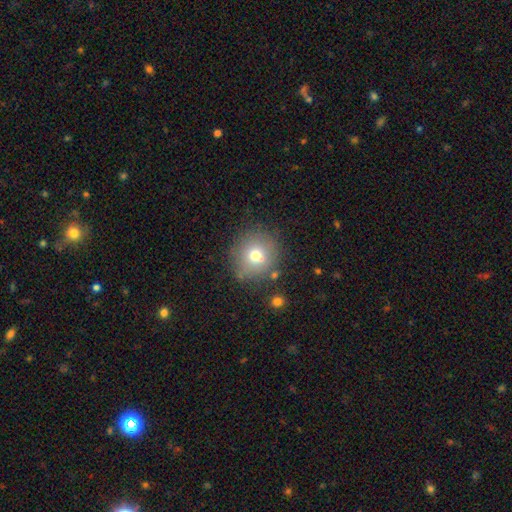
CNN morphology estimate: Smooth or featured? smooth (69%)
How rounded? round (91%)
Merging? none (76%)